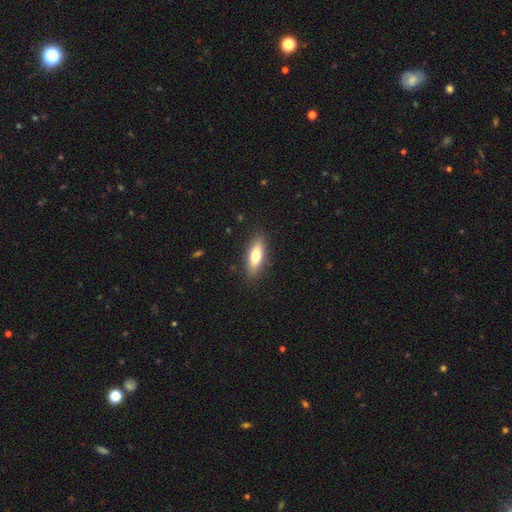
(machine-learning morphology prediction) Overall: smooth (68%). How rounded: in between (61%; cigar-shaped 36%). Merging: none (87%).